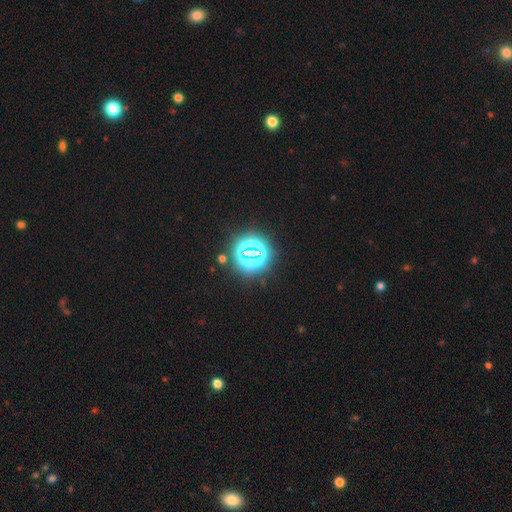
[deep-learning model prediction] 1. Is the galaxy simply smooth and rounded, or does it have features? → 79% star or artifact, 16% smooth, 5% featured or disk.